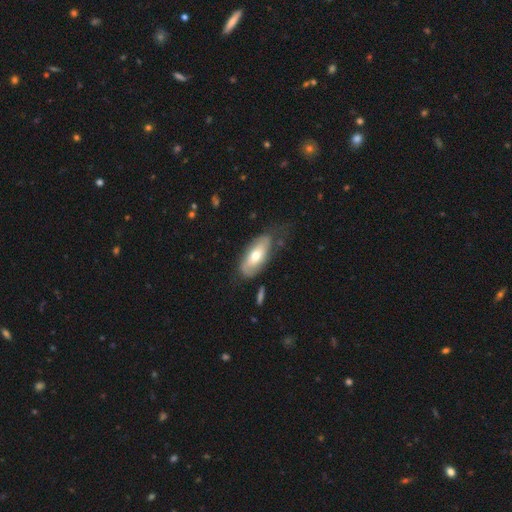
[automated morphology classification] type=smooth (55%); roundness=in between (83%); merging=none (58%).